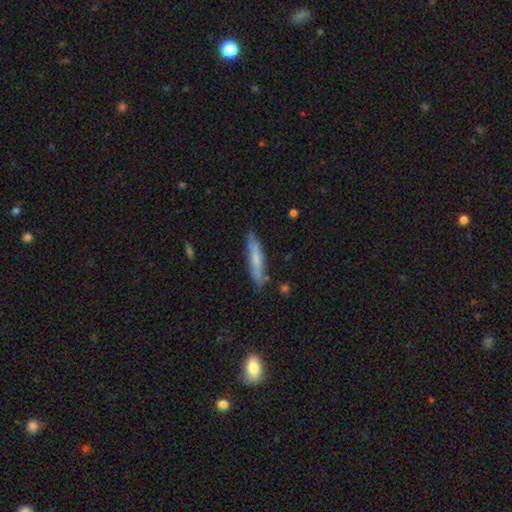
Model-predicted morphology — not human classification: smooth 57%, featured or disk 35%, star or artifact 8%. Down the decision tree: how rounded — cigar-shaped (89%); merging — none (80%).